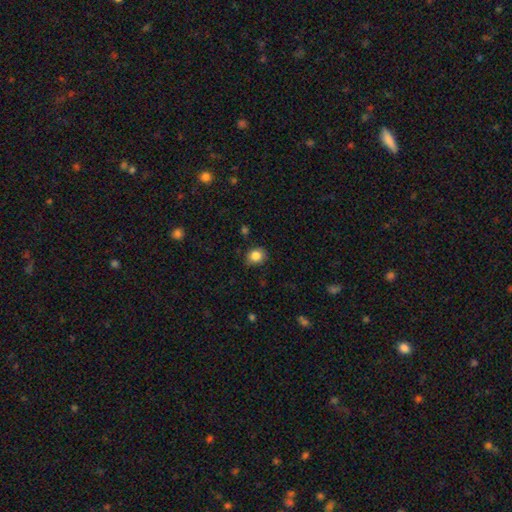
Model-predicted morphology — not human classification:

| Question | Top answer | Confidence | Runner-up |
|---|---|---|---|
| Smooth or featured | smooth | 84% | star or artifact (10%) |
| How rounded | round | 66% | in between (33%) |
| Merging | none | 82% | minor disturbance (14%) |